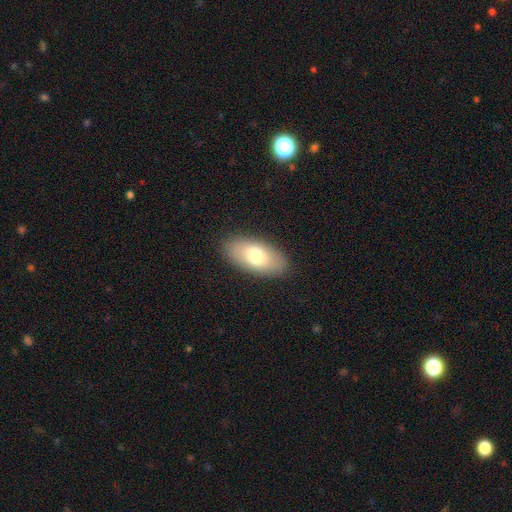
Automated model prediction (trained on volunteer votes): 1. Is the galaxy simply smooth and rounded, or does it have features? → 74% smooth, 19% featured or disk, 6% star or artifact.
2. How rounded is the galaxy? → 92% in between, 5% cigar-shaped, 3% round.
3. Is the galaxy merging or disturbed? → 88% none, 9% minor disturbance, 2% major disturbance, 1% merger.